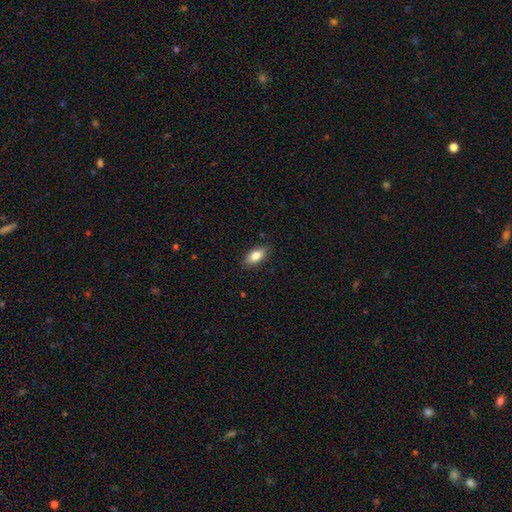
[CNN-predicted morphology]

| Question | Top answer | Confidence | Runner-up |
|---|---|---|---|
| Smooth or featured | smooth | 83% | featured or disk (9%) |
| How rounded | in between | 90% | cigar-shaped (6%) |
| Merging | none | 88% | minor disturbance (9%) |